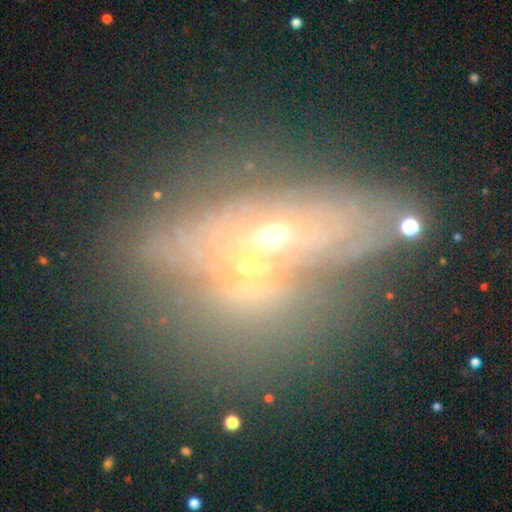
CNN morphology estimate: smooth_or_featured: featured or disk (p=0.42) [alt: smooth p=0.30]
merging: merger (p=0.58) [alt: none p=0.23]